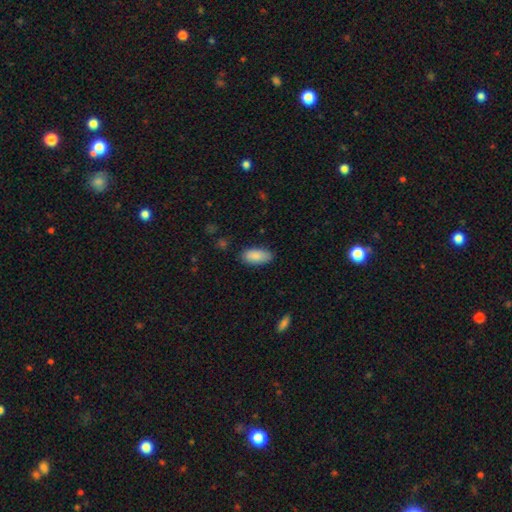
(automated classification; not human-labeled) Smooth or featured? smooth (88%)
How rounded? in between (92%)
Merging? none (82%)